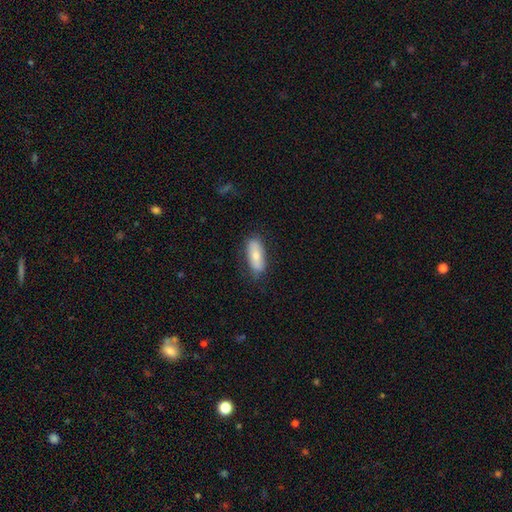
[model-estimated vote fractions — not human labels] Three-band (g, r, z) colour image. It shows a smooth galaxy with no disk features (71%) that is in between round and cigar-shaped (74%). Merging: none (80%).